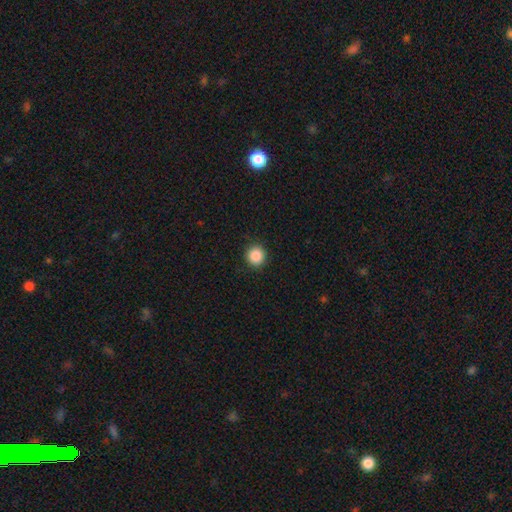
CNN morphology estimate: smooth 88%, star or artifact 9%, featured or disk 3%. Down the decision tree: how rounded — round (93%); merging — none (92%).